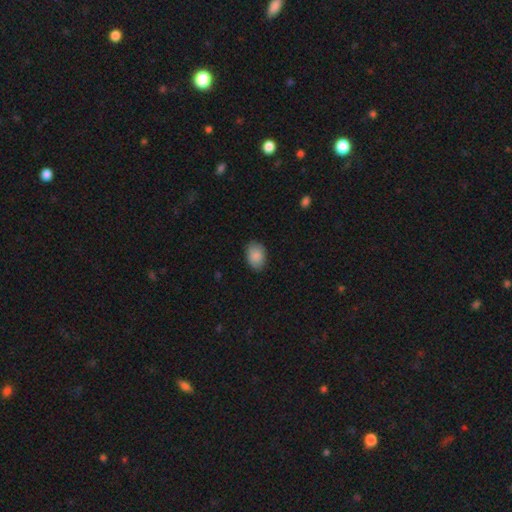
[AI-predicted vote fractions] Smooth or featured? Predicted: smooth (p=0.88). How rounded? Predicted: in between (p=0.82). Merging? Predicted: none (p=0.85).